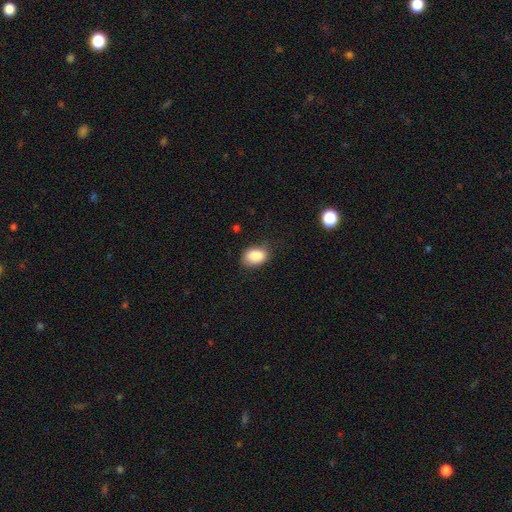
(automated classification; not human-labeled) A smooth galaxy with no disk features (88%) that is in between round and cigar-shaped (79%).

Vote fractions:
- Smooth or featured? smooth: 88% / star or artifact: 8% / featured or disk: 4%
- How rounded? in between: 79% / round: 20% / cigar-shaped: 1%
- Merging? none: 73% / minor disturbance: 21% / major disturbance: 5% / merger: 1%